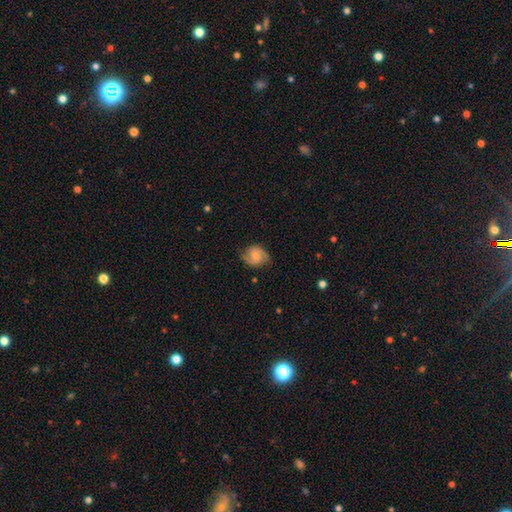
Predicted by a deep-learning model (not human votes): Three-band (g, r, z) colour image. It shows a featured or disk galaxy (59%) with no bar (58%), 2 (86%) medium (48%) spiral arms (92%) and a small central bulge (47%). Merging: none (74%).